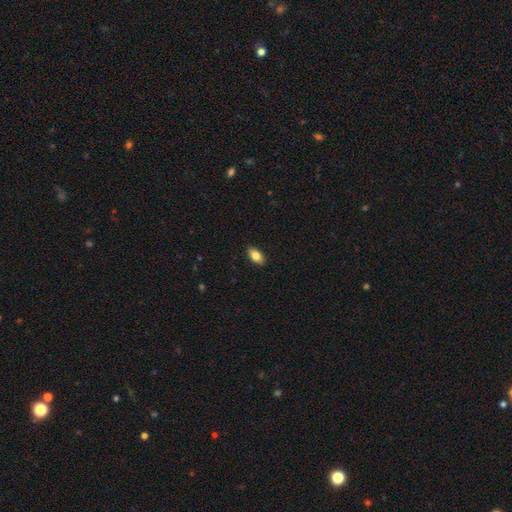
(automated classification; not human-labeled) smooth 82%, featured or disk 10%, star or artifact 7%. Down the decision tree: how rounded — in between (91%); merging — none (90%).